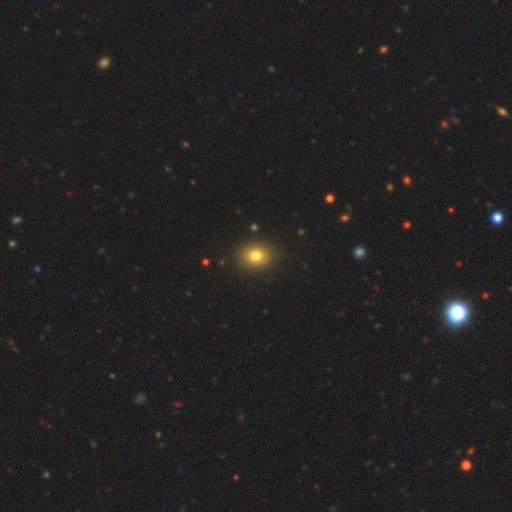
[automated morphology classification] Overall: smooth (78%). How rounded: round (59%; in between 40%). Merging: none (89%).